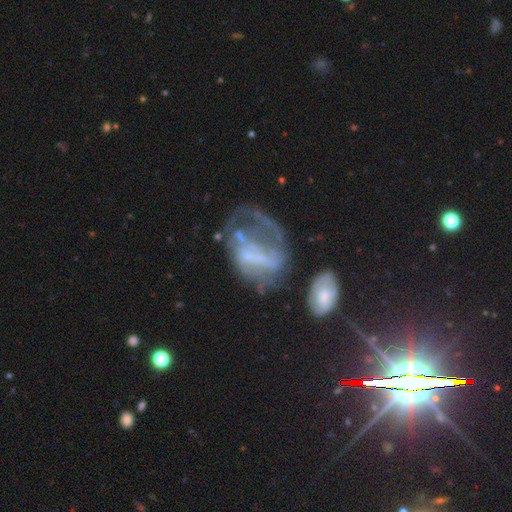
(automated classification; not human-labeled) Smooth or featured: featured or disk — 66% (smooth — 19%)
Edge-on disk: no — 96% (yes — 4%)
Bar: no — 50% (weak — 31%)
Spiral arms: no — 55% (yes — 45%)
Bulge size: none — 51% (small — 34%)
Merging: major disturbance — 48% (none — 25%)